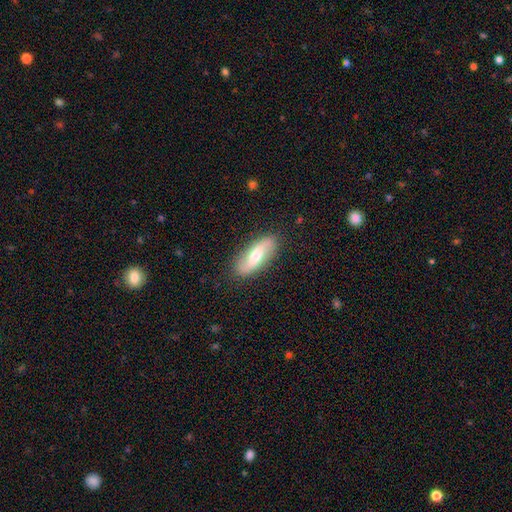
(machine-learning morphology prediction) A featured or disk galaxy (51%).

Vote fractions:
- Smooth or featured? featured or disk: 51% / smooth: 43% / star or artifact: 6%
- Edge-on disk? no: 84% / yes: 16%
- Merging? none: 86% / minor disturbance: 10% / major disturbance: 2% / merger: 1%